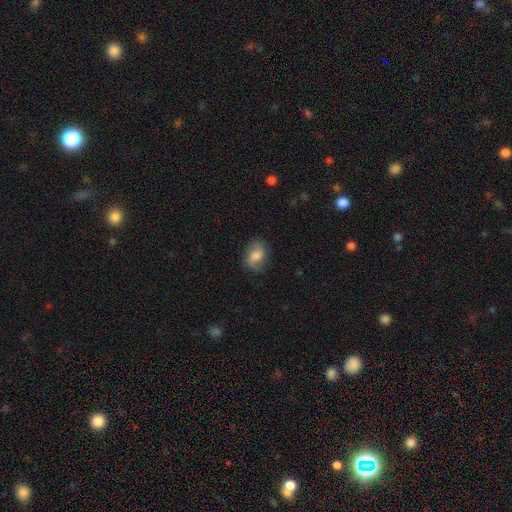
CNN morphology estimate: smooth-or-featured: smooth: 68% | featured or disk: 23% | star or artifact: 8%
  how-rounded: in between: 71% | round: 28% | cigar-shaped: 2%
  merging: none: 77% | minor disturbance: 17% | major disturbance: 5% | merger: 1%